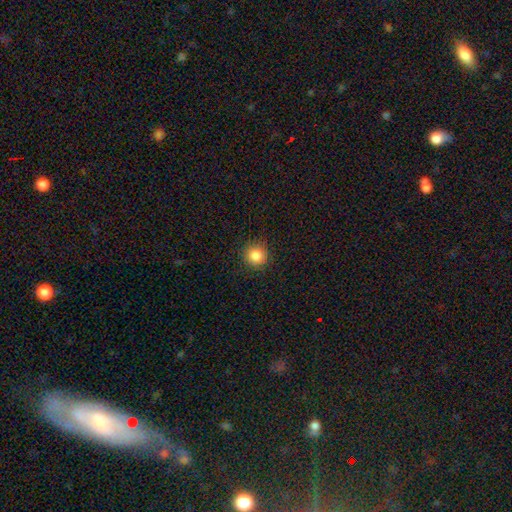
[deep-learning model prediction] The model was most divided on "smooth or featured": smooth: 86%, star or artifact: 10%, featured or disk: 4%. More confident: how rounded — round (94%); merging — none (90%).